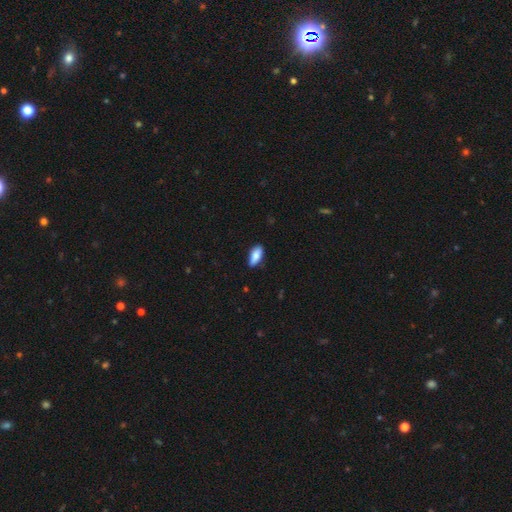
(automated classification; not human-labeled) Q: Smooth or featured?
A: smooth (87%); runner-up: featured or disk (7%)
Q: How rounded?
A: in between (85%); runner-up: cigar-shaped (13%)
Q: Merging?
A: none (83%); runner-up: minor disturbance (14%)